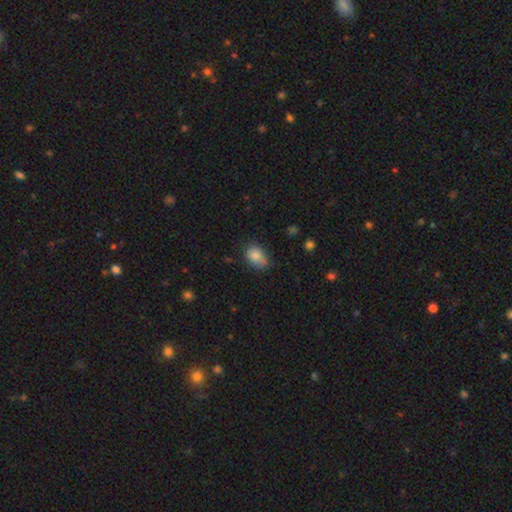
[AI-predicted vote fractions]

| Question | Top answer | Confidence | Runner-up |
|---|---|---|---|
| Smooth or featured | smooth | 84% | star or artifact (8%) |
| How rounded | in between | 75% | round (24%) |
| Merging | none | 62% | minor disturbance (28%) |